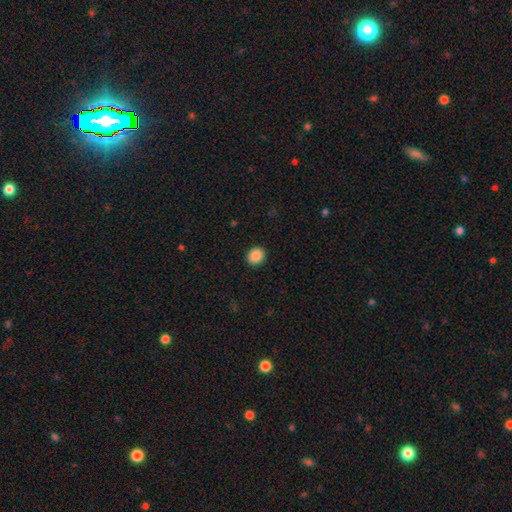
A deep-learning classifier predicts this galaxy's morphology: The model was most divided on "how rounded": round: 67%, in between: 33%, cigar-shaped: 1%. More confident: merging — none (91%); smooth or featured — smooth (88%).